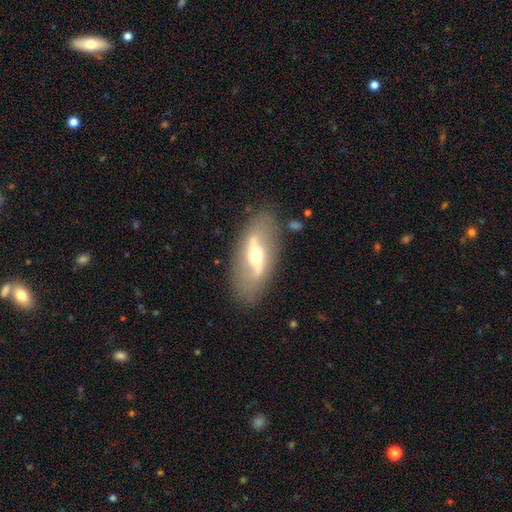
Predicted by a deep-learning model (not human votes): Smooth or featured? Predicted: featured or disk (p=0.71). Edge-on disk? Predicted: no (p=0.77). Bar? Predicted: strong (p=0.53). Spiral arms? Predicted: yes (p=0.52). Bulge size? Predicted: moderate (p=0.62). Merging? Predicted: none (p=0.82).